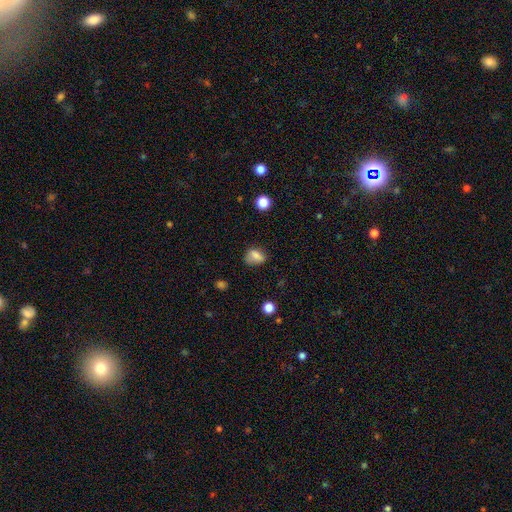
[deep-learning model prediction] smooth 78%, star or artifact 11%, featured or disk 11%. Down the decision tree: how rounded — in between (65%); merging — none (61%).